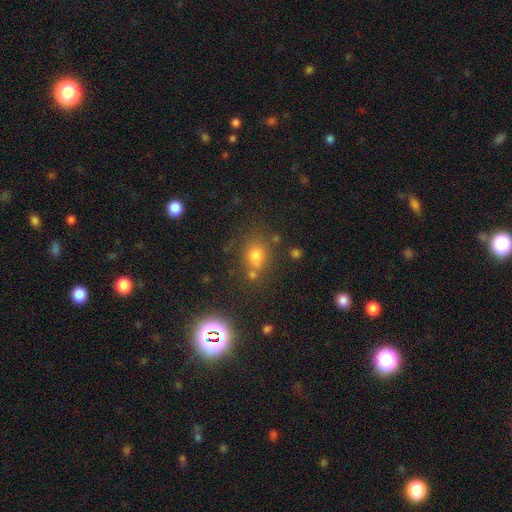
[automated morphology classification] Smooth or featured? Predicted: smooth (p=0.67). How rounded? Predicted: round (p=0.66). Merging? Predicted: none (p=0.62).